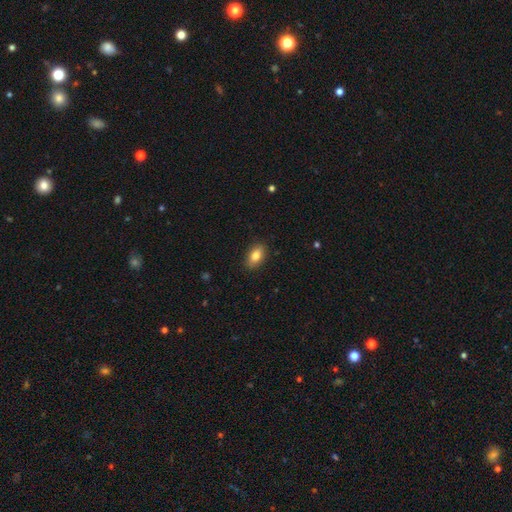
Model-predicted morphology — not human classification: smooth 81%, featured or disk 12%, star or artifact 7%. Down the decision tree: how rounded — in between (89%); merging — none (88%).